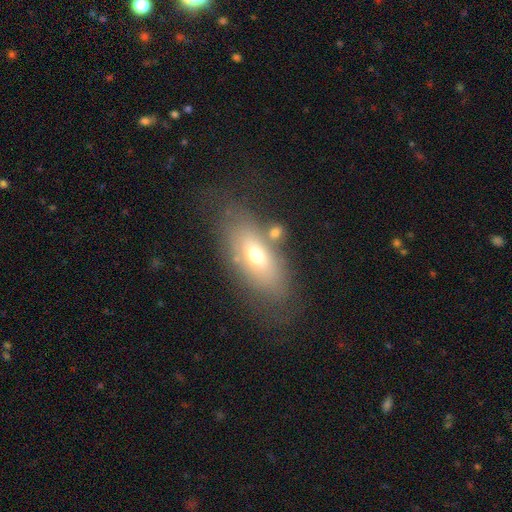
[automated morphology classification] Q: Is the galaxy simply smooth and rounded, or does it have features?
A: smooth — 58%.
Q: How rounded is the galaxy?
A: in between — 81%.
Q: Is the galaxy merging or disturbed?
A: none — 62%.